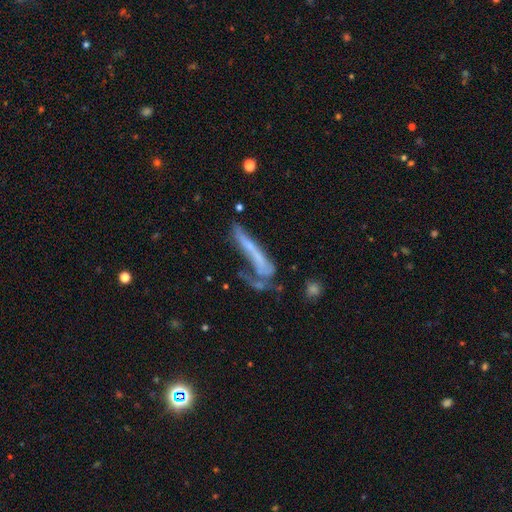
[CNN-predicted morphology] Smooth or featured? featured or disk (49%)
Merging? major disturbance (31%)